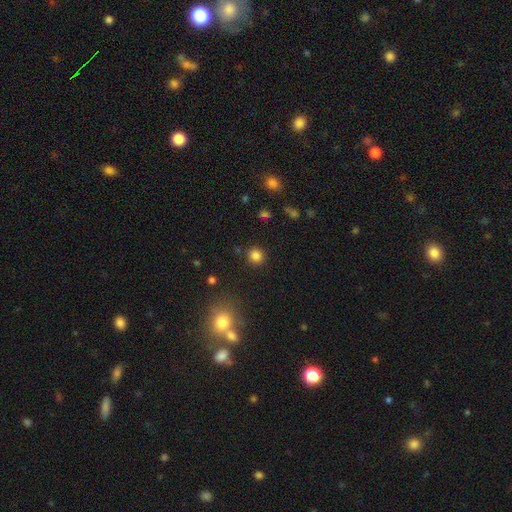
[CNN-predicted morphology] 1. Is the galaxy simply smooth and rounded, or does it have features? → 83% smooth, 13% star or artifact, 4% featured or disk.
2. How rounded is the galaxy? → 89% round, 10% in between, 1% cigar-shaped.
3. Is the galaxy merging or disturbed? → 88% none, 7% minor disturbance, 3% major disturbance, 2% merger.